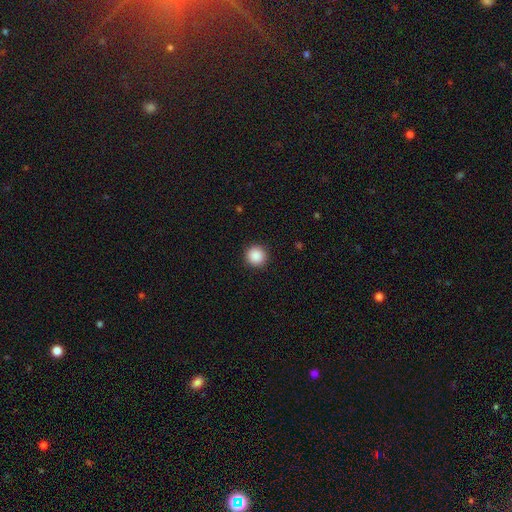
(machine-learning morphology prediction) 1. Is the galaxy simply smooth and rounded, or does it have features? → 89% smooth, 9% star or artifact, 2% featured or disk.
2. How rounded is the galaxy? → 96% round, 3% in between, 1% cigar-shaped.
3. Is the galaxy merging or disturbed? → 93% none, 5% minor disturbance, 2% major disturbance, 1% merger.